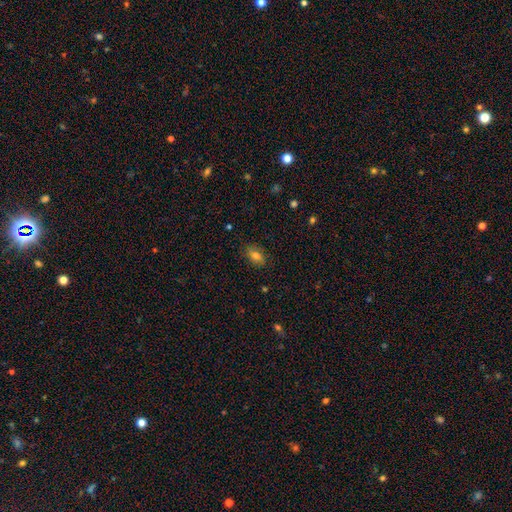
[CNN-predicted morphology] Q: Smooth or featured?
A: smooth (76%); runner-up: featured or disk (12%)
Q: How rounded?
A: in between (85%); runner-up: round (12%)
Q: Merging?
A: none (84%); runner-up: minor disturbance (12%)